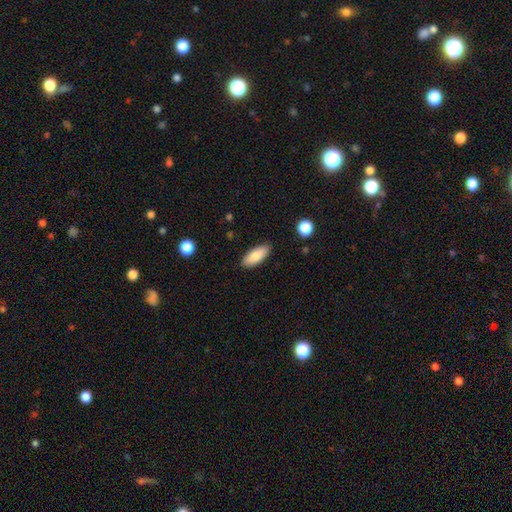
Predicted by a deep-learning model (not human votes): The model was most divided on "how rounded": in between: 78%, cigar-shaped: 20%, round: 2%. More confident: merging — none (86%); smooth or featured — smooth (83%).